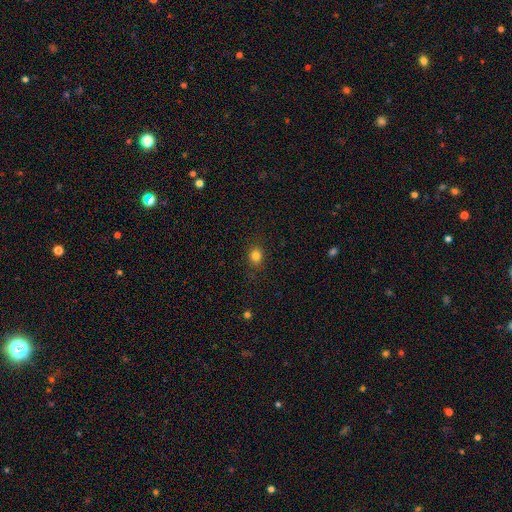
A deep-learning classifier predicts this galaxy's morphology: The model was most divided on "how rounded": round: 64%, in between: 35%, cigar-shaped: 1%. More confident: merging — none (85%); smooth or featured — smooth (82%).